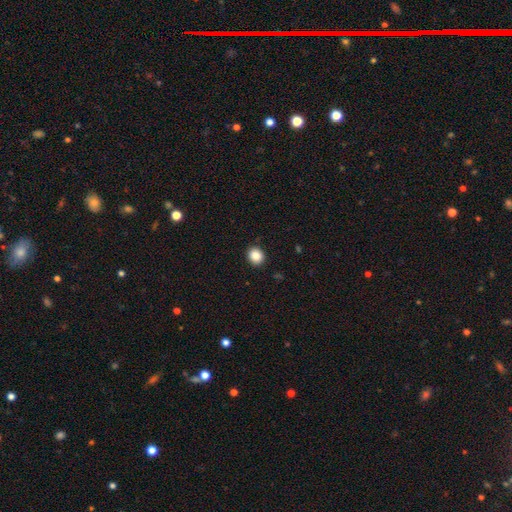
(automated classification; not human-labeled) Smooth or featured?
  - smooth: 87% *
  - star or artifact: 9%
  - featured or disk: 4%
How rounded?
  - round: 77% *
  - in between: 22%
  - cigar-shaped: 1%
Merging?
  - none: 91% *
  - minor disturbance: 6%
  - major disturbance: 2%
  - merger: 1%